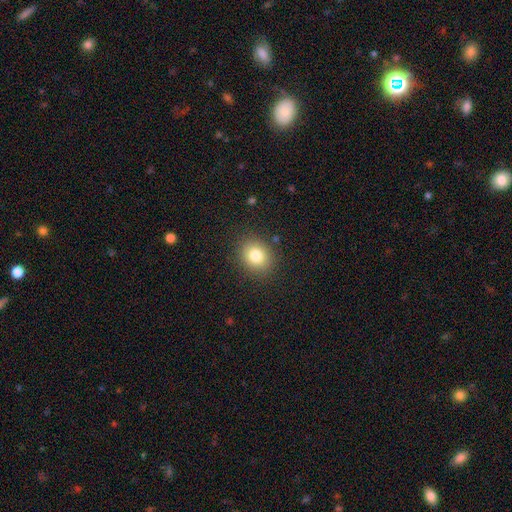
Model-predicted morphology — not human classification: type=smooth (80%); roundness=round (68%); merging=none (87%).